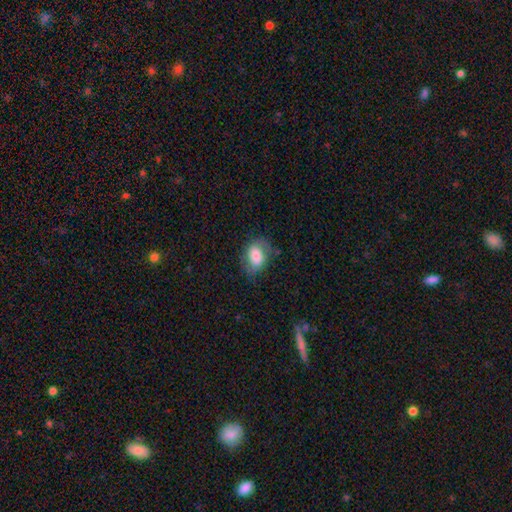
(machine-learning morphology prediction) Smooth or featured: smooth — 63% (featured or disk — 29%)
How rounded: in between — 76% (round — 23%)
Merging: none — 62% (minor disturbance — 24%)